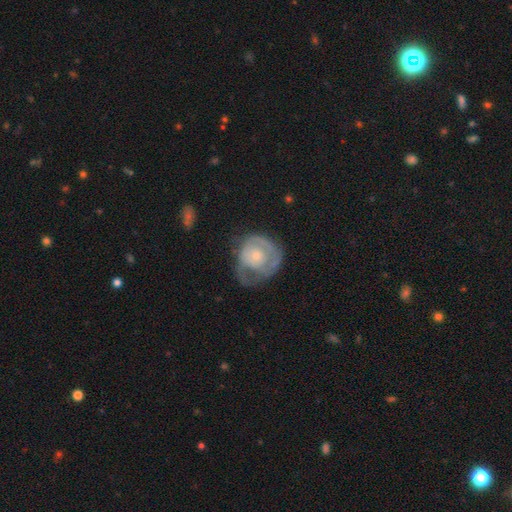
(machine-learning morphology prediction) This is possibly a featured or disk galaxy (58%). It is clearly not viewed edge-on (97%). Bar: clearly no (84%). Spiral arm pattern: possibly yes (56%). Central bulge: likely small (63%). Merging: marginally none (36%).